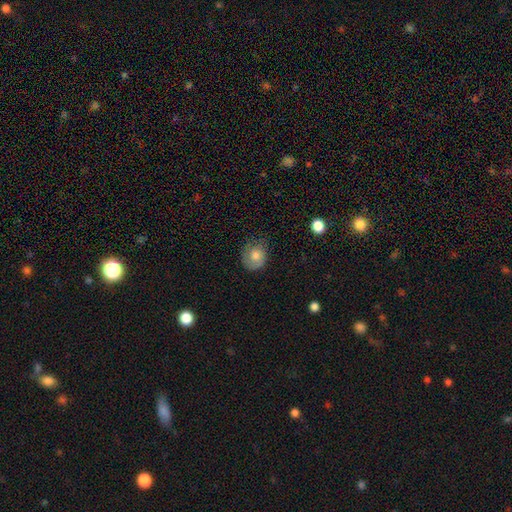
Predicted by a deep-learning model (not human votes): Smooth or featured: smooth — 63% (featured or disk — 29%)
How rounded: round — 70% (in between — 29%)
Merging: none — 65% (minor disturbance — 25%)